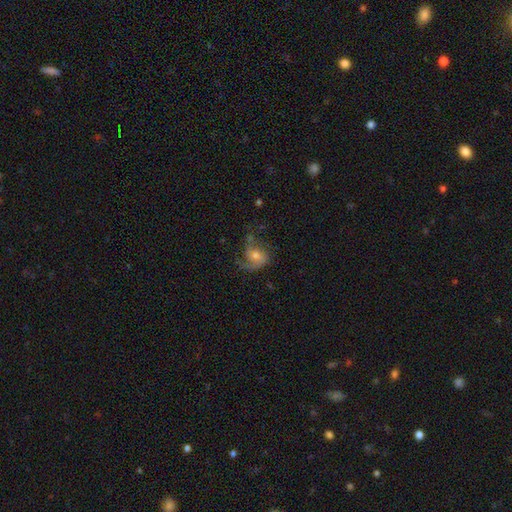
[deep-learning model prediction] featured or disk 70%, smooth 21%, star or artifact 8%. Down the decision tree: edge-on disk — no (97%); bar — no (71%); spiral arms — yes (90%); spiral arm count — 1 (43%); spiral winding — medium (42%); bulge size — moderate (54%); merging — none (45%).